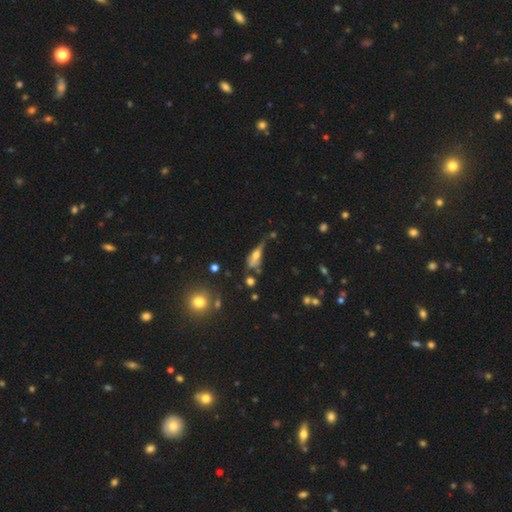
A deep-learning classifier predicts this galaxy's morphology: Smooth or featured: smooth — 49% (featured or disk — 39%)
Merging: none — 35% (minor disturbance — 29%)